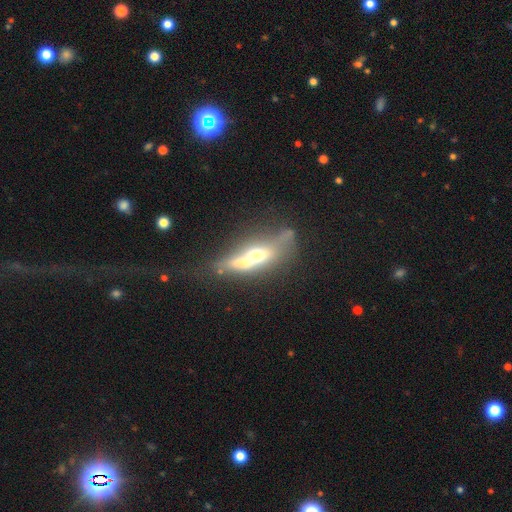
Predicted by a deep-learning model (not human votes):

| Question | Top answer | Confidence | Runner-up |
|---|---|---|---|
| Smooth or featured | featured or disk | 51% | smooth (39%) |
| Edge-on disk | yes | 54% | no (46%) |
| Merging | merger | 50% | none (26%) |